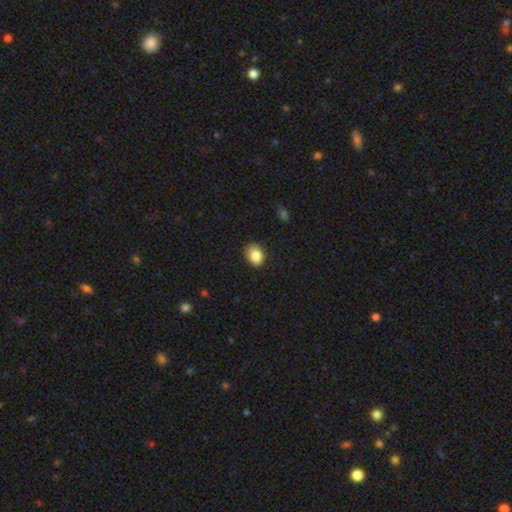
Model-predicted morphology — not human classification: Q: Smooth or featured?
A: smooth (85%); runner-up: star or artifact (9%)
Q: How rounded?
A: in between (58%); runner-up: round (41%)
Q: Merging?
A: none (72%); runner-up: minor disturbance (22%)